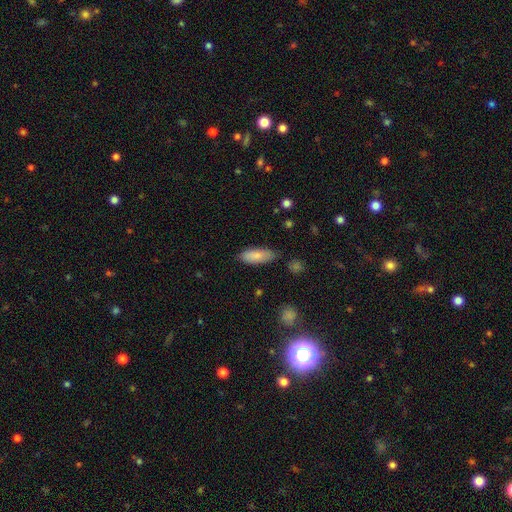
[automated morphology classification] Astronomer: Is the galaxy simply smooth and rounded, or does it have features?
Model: smooth — 83%.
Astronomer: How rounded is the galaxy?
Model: in between — 72%.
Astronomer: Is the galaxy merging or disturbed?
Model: none — 78%.